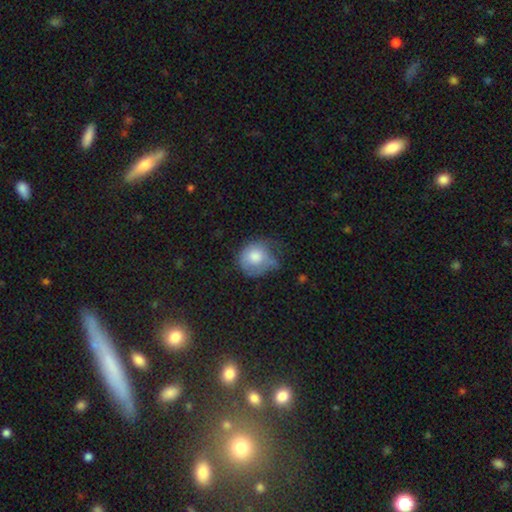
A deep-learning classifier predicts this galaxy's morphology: A smooth galaxy with no disk features (71%) that is round (73%).

Vote fractions:
- Smooth or featured? smooth: 71% / featured or disk: 20% / star or artifact: 9%
- How rounded? round: 73% / in between: 26% / cigar-shaped: 1%
- Merging? minor disturbance: 37% / none: 35% / major disturbance: 24% / merger: 4%